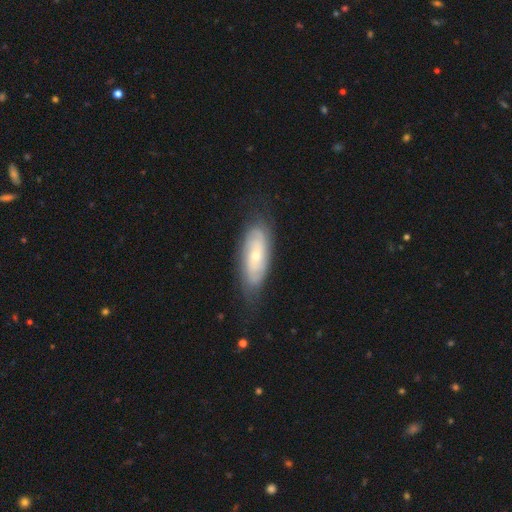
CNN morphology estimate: This appears to be a featured or disk galaxy (65%) with no bar (76%), spiral arms (83%) and a small central bulge (64%). Merging: none (74%).